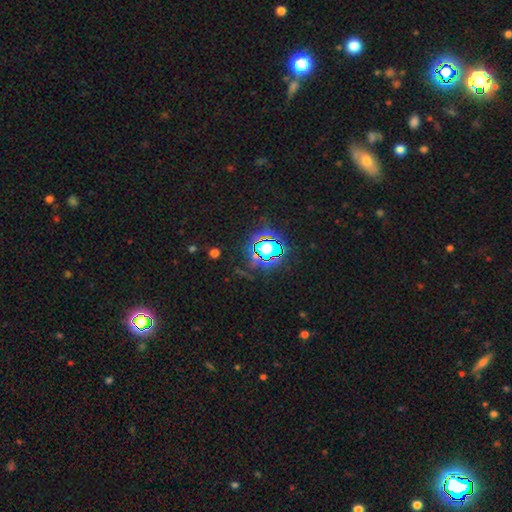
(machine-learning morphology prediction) A star or artifact, not a galaxy (78%).

Vote fractions:
- Smooth or featured? star or artifact: 78% / smooth: 13% / featured or disk: 8%